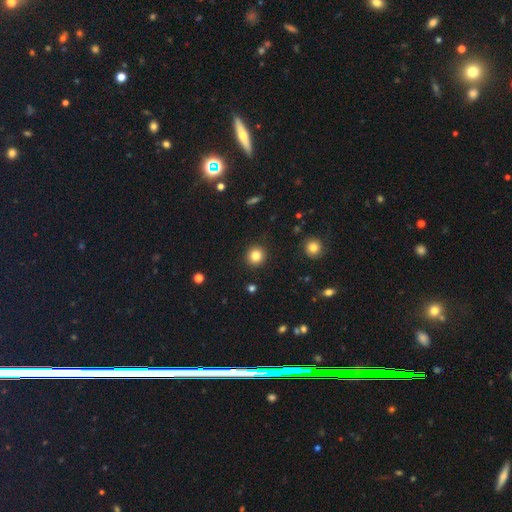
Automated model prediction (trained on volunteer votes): A smooth galaxy with no disk features (83%) that is round (94%). Merging: none (92%).